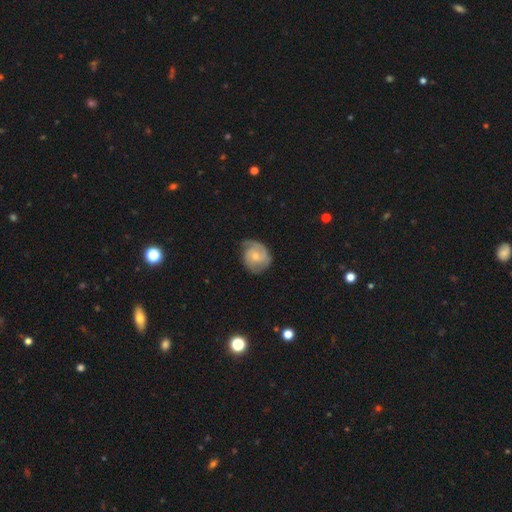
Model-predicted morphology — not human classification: Overall: featured or disk (66%; smooth 28%). Edge-on disk: no (98%). Bar: no (68%). Spiral arms: yes (91%). Spiral arm count: 2 (49%; can't tell 19%). Spiral winding: tight (50%; medium 37%). Bulge size: small (50%; moderate 45%). Merging: none (60%; minor disturbance 29%).